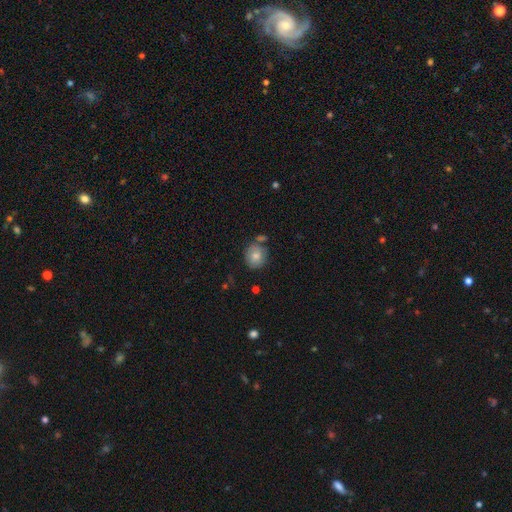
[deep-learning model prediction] Morphology: type=smooth (78%); roundness=round (76%); merging=none (71%).